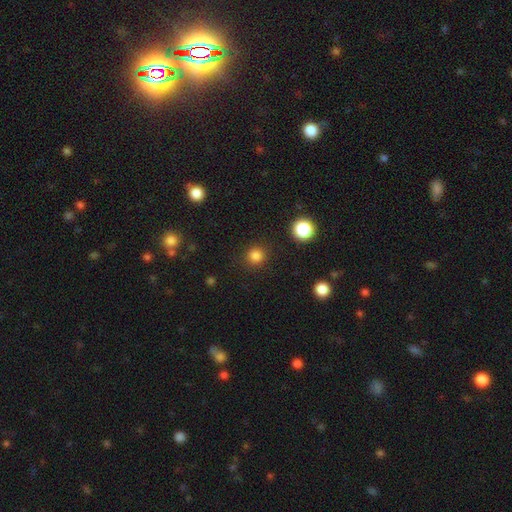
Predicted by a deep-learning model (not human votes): Smooth or featured? smooth (82%)
How rounded? round (93%)
Merging? none (89%)